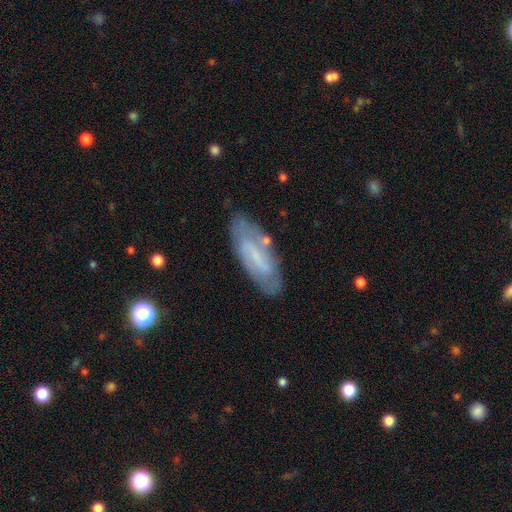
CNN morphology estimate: featured or disk 58%, smooth 34%, star or artifact 7%. Down the decision tree: edge-on disk — no (85%); merging — none (75%).